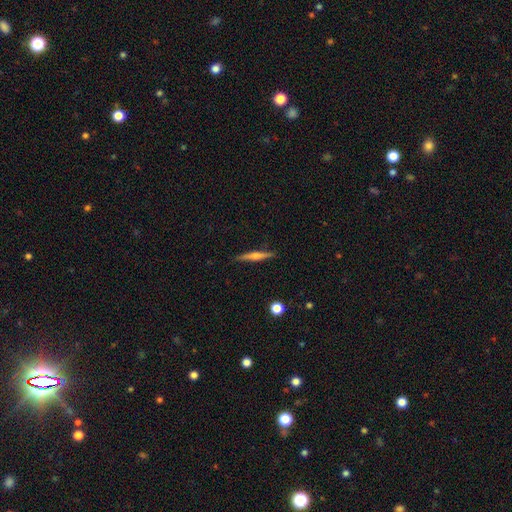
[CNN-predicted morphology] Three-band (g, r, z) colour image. It shows a featured or disk galaxy (62%) viewed edge-on (98%) with a rounded central bulge (81%). Merging: none (90%).